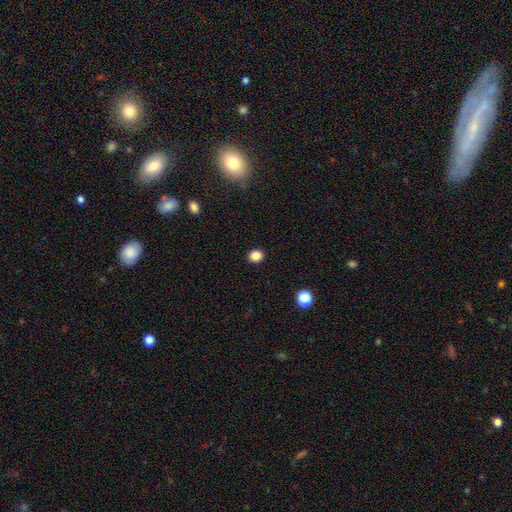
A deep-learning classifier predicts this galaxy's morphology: Q: Smooth or featured?
A: smooth (85%); runner-up: star or artifact (11%)
Q: How rounded?
A: round (72%); runner-up: in between (27%)
Q: Merging?
A: none (92%); runner-up: minor disturbance (5%)